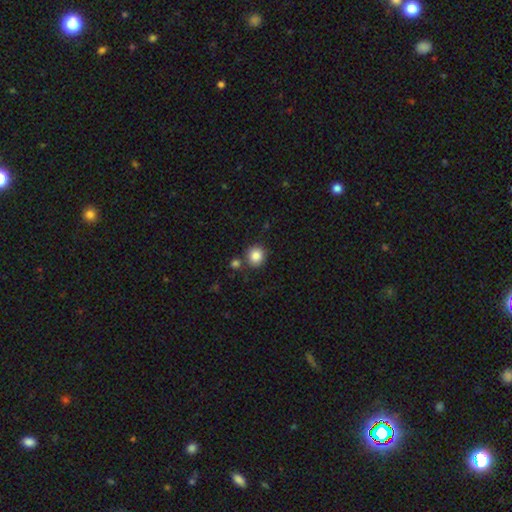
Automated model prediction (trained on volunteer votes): Q: Smooth or featured?
A: smooth (86%); runner-up: star or artifact (10%)
Q: How rounded?
A: round (89%); runner-up: in between (11%)
Q: Merging?
A: none (78%); runner-up: merger (10%)